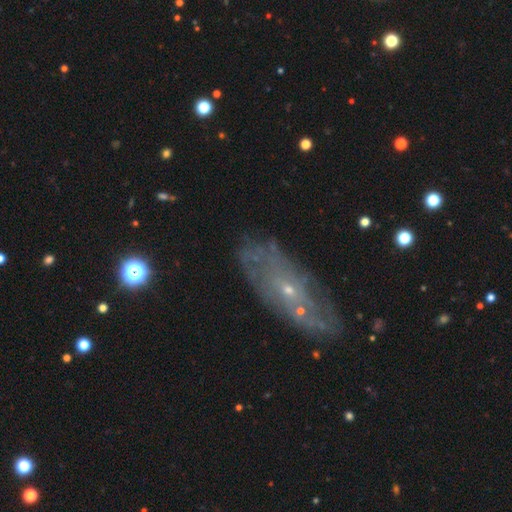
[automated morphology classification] A featured or disk galaxy (66%) with no bar (79%), spiral arms (51%) and a small central bulge (79%). Merging: none (66%).